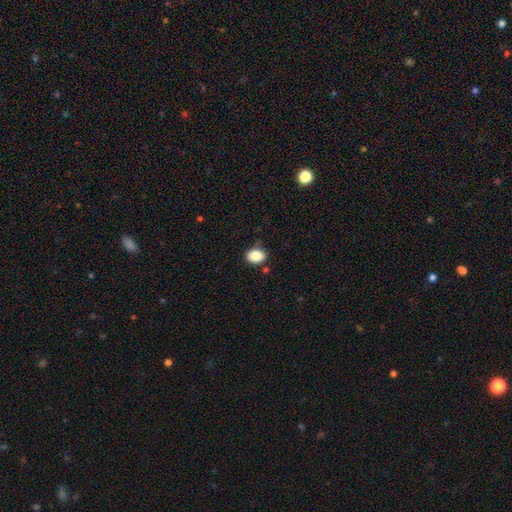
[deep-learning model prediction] Overall: smooth (86%). How rounded: in between (59%; round 40%). Merging: none (76%).